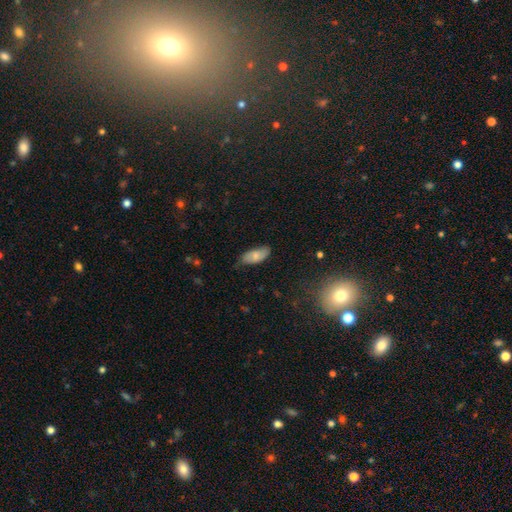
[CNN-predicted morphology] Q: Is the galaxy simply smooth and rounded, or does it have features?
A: smooth — 73%.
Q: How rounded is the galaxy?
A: in between — 88%.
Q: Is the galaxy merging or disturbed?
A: none — 69%.